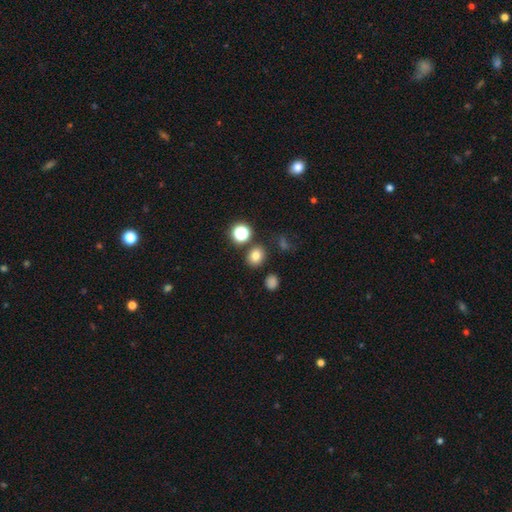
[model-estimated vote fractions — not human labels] Overall: smooth (78%). How rounded: round (65%; in between 34%). Merging: none (83%).